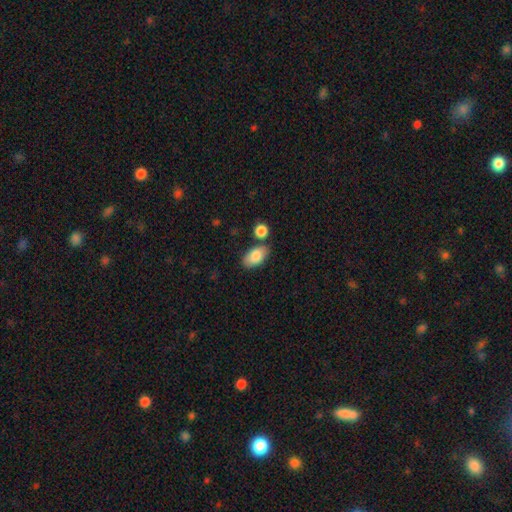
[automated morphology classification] A smooth galaxy with no disk features (83%) that is in between round and cigar-shaped (93%). Merging: none (72%).